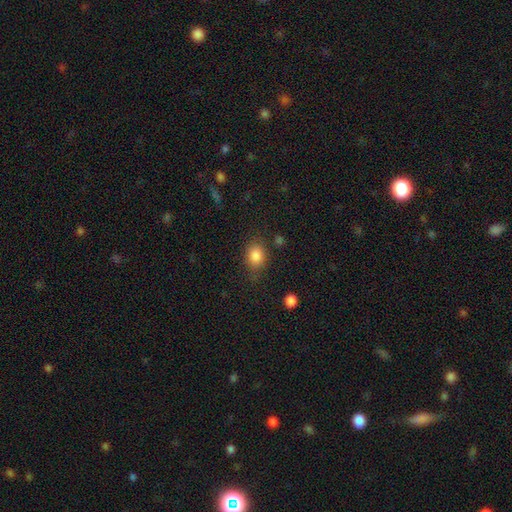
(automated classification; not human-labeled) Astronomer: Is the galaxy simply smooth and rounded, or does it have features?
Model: smooth — 85%.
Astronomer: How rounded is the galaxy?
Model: in between — 58% (runner-up: round, 41%).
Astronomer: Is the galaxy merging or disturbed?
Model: none — 75%.